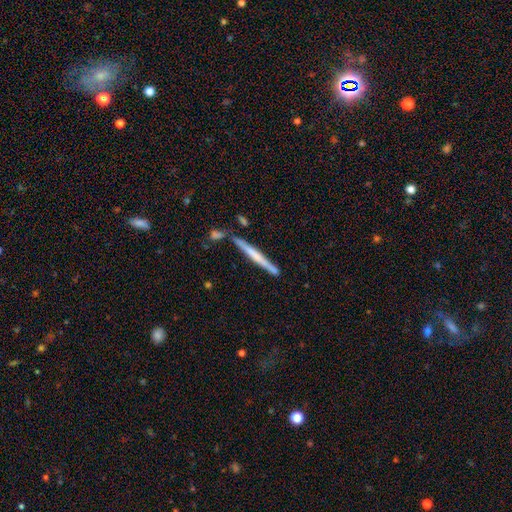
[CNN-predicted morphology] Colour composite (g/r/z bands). It shows a featured or disk galaxy (54%) viewed edge-on (96%) with no central bulge (59%). Merging: none (78%).